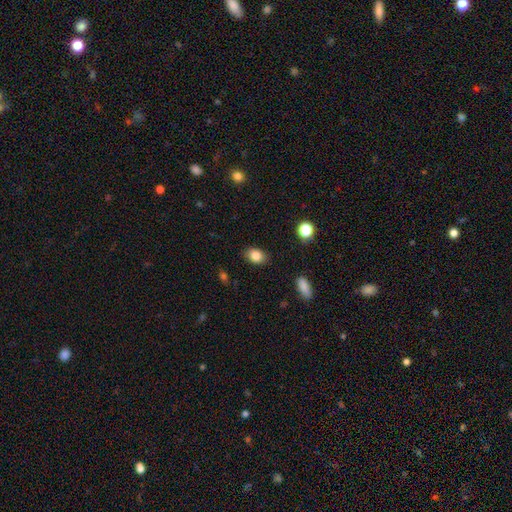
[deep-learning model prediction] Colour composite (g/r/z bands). It shows a smooth galaxy with no disk features (84%) that is in between round and cigar-shaped (72%). Merging: none (85%).